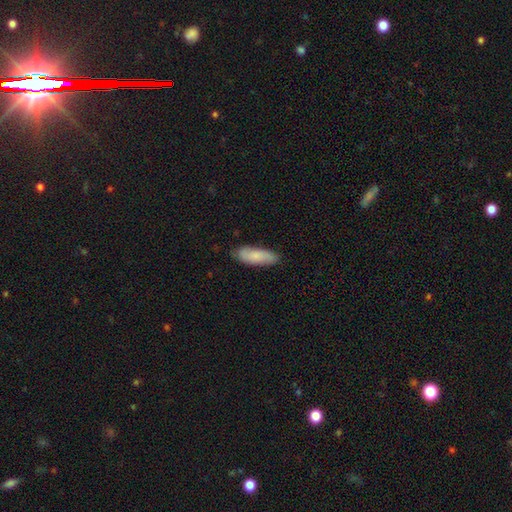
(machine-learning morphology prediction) This appears to be a smooth galaxy with no disk features (78%) that is in between round and cigar-shaped (62%). Merging: none (80%).